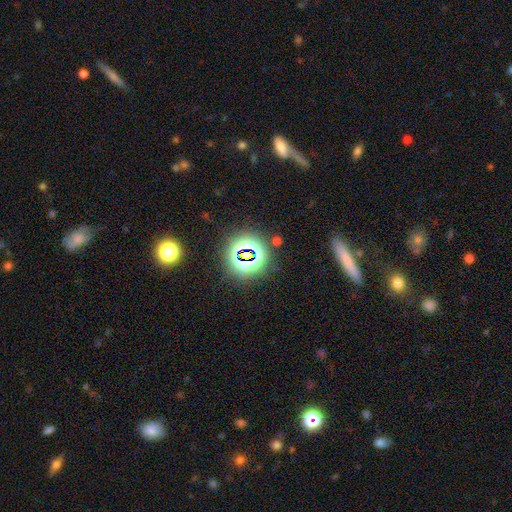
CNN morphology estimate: Overall: star or artifact (71%).